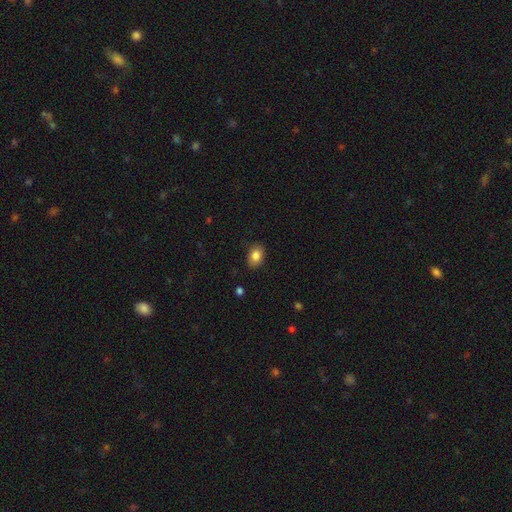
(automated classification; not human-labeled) Smooth or featured? Predicted: smooth (p=0.84). How rounded? Predicted: in between (p=0.78). Merging? Predicted: none (p=0.84).